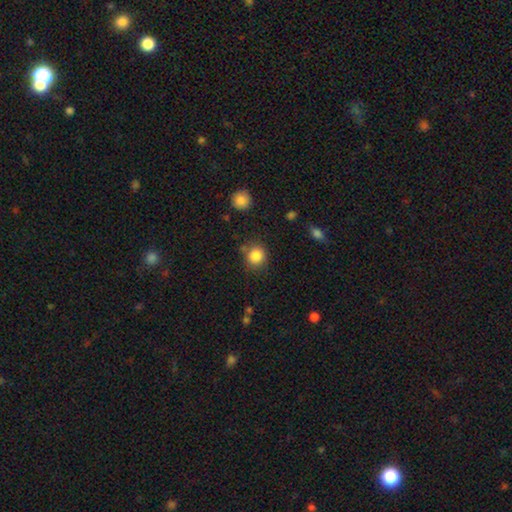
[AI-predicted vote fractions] The model was most divided on "merging": none: 78%, minor disturbance: 13%, merger: 5%, major disturbance: 4%. More confident: how rounded — round (86%); smooth or featured — smooth (85%).